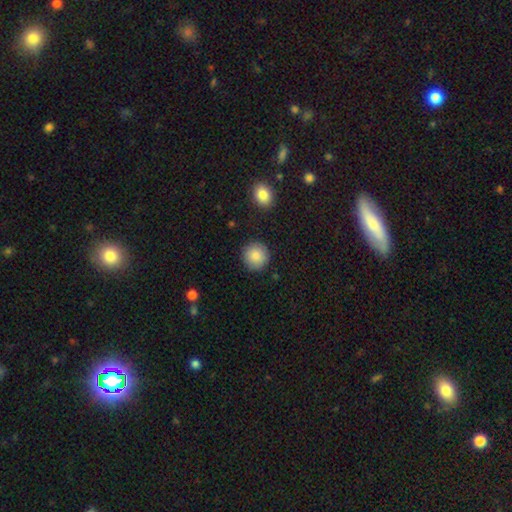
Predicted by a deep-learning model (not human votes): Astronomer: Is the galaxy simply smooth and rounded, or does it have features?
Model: smooth — 86%.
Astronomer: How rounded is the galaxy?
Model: round — 94%.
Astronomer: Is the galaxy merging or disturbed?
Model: none — 89%.